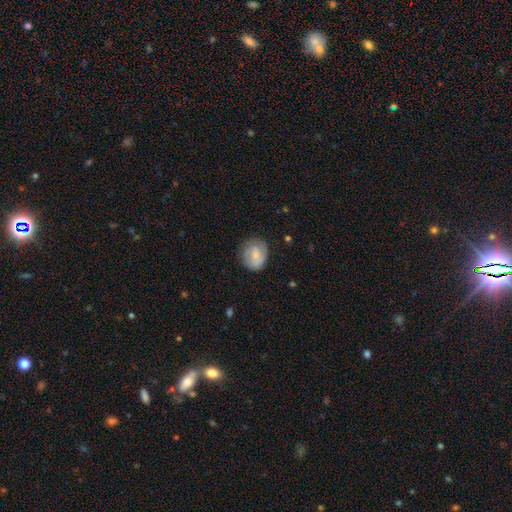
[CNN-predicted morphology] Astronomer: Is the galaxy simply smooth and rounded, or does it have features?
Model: smooth — 58% (runner-up: featured or disk, 35%).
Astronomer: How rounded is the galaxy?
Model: round — 67%.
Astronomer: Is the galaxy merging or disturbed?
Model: none — 74%.